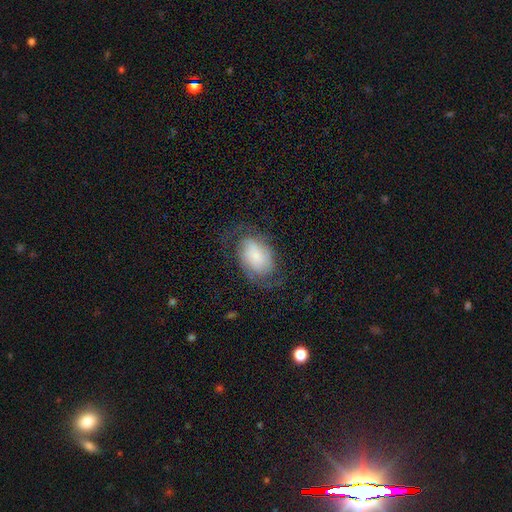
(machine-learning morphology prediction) Smooth or featured? featured or disk (53%)
Edge-on disk? no (96%)
Bar? no (64%)
Spiral arms? yes (87%)
Bulge size? small (43%)
Merging? none (59%)